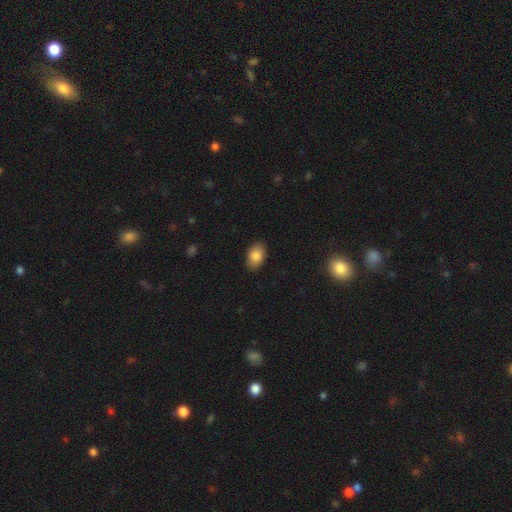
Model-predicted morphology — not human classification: Q: Smooth or featured?
A: smooth (86%); runner-up: star or artifact (8%)
Q: How rounded?
A: in between (88%); runner-up: round (11%)
Q: Merging?
A: none (87%); runner-up: minor disturbance (10%)